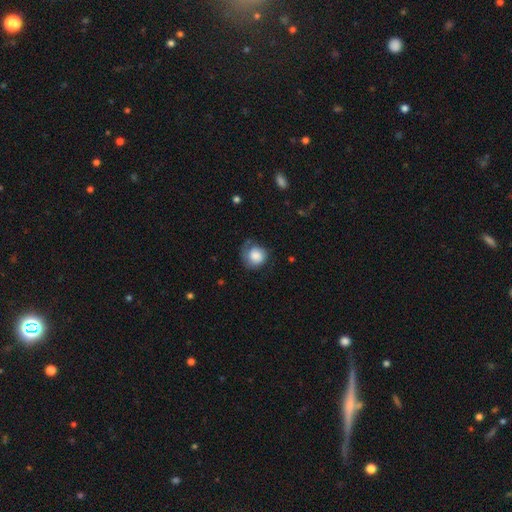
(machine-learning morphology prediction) smooth-or-featured: smooth: 75% | featured or disk: 18% | star or artifact: 7%
  how-rounded: round: 84% | in between: 15% | cigar-shaped: 1%
  merging: none: 46% | minor disturbance: 31% | major disturbance: 21% | merger: 2%